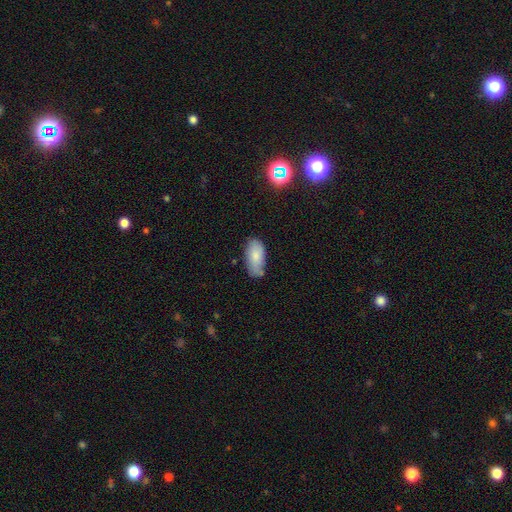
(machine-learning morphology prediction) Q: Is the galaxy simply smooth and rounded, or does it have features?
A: smooth — 80%.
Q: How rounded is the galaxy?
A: in between — 92%.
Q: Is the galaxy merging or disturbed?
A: none — 66%.